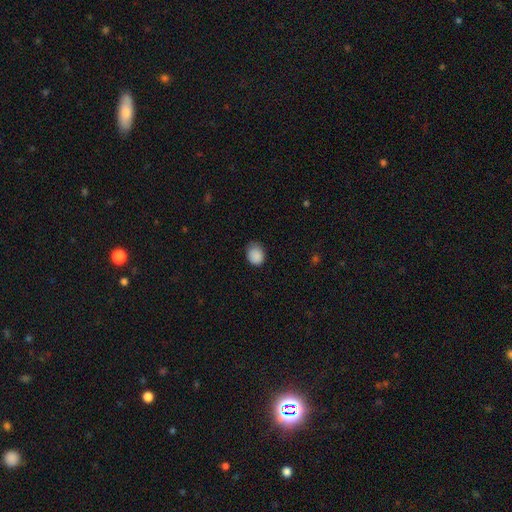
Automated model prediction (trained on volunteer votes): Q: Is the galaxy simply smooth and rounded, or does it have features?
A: smooth — 88%.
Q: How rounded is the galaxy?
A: round — 52%.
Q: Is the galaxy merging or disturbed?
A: none — 67%.